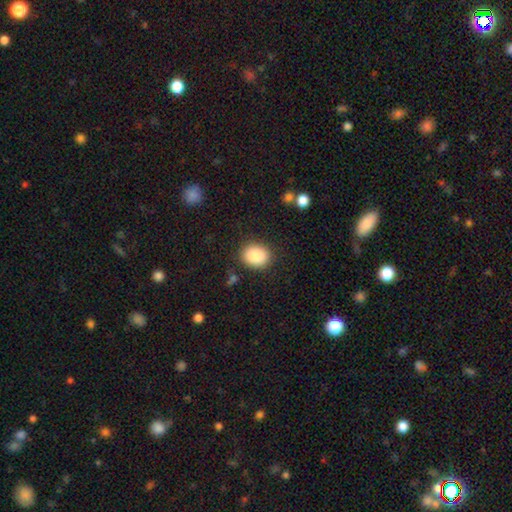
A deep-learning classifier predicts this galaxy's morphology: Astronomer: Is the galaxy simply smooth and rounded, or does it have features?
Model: smooth — 88%.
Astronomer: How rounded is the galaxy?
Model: round — 56% (runner-up: in between, 43%).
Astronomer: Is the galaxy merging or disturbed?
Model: none — 87%.